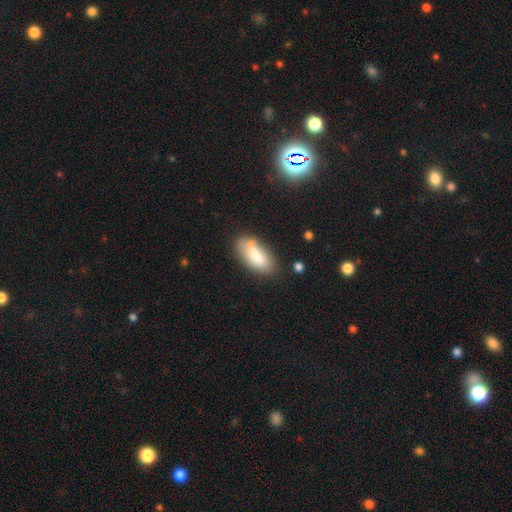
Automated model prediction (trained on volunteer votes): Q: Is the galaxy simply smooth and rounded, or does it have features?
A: smooth — 77%.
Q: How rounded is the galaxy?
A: in between — 83%.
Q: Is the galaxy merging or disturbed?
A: none — 68%.